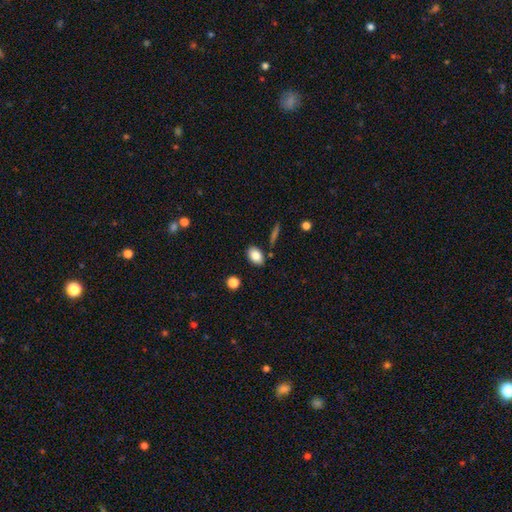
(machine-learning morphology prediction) Smooth or featured?
  - smooth: 84% *
  - star or artifact: 8%
  - featured or disk: 8%
How rounded?
  - in between: 83% *
  - round: 15%
  - cigar-shaped: 2%
Merging?
  - none: 83% *
  - minor disturbance: 10%
  - merger: 4%
  - major disturbance: 2%